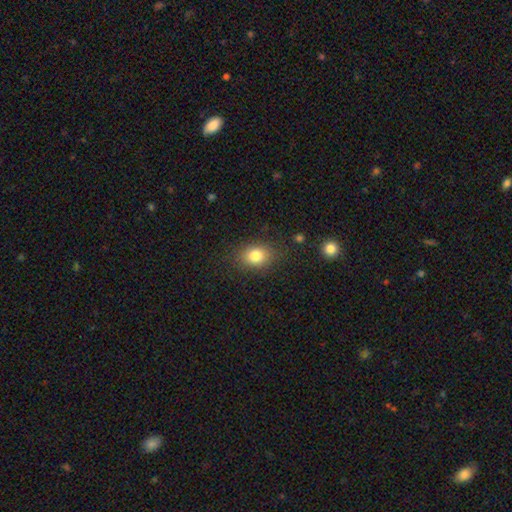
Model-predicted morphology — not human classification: Smooth or featured? Predicted: smooth (p=0.82). How rounded? Predicted: in between (p=0.59). Merging? Predicted: none (p=0.83).